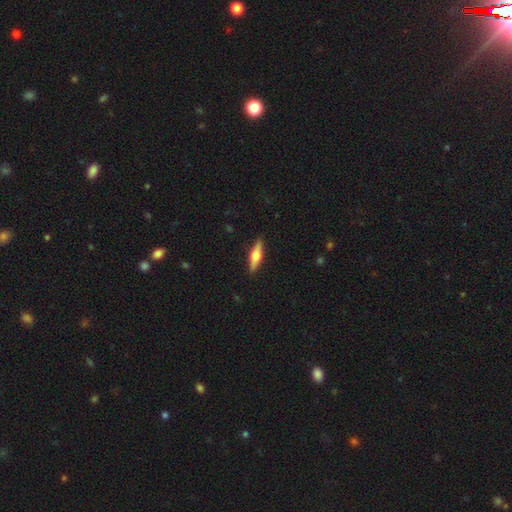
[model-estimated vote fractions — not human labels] Smooth or featured?
  - featured or disk: 55% *
  - smooth: 40%
  - star or artifact: 6%
Edge-on disk?
  - yes: 95% *
  - no: 5%
Edge-on bulge?
  - rounded: 92% *
  - boxy: 5%
  - none: 2%
Merging?
  - none: 90% *
  - minor disturbance: 7%
  - major disturbance: 2%
  - merger: 1%